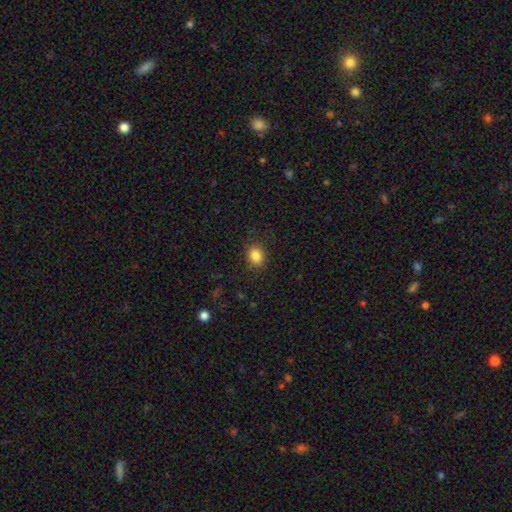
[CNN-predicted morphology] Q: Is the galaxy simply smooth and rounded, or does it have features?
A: smooth — 85%.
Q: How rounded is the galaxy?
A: round — 53%.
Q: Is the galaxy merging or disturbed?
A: none — 86%.